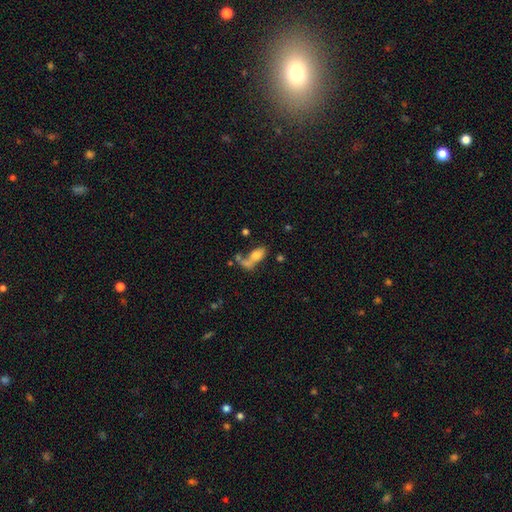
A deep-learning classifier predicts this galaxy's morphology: Smooth or featured? smooth (66%)
How rounded? in between (80%)
Merging? merger (44%)